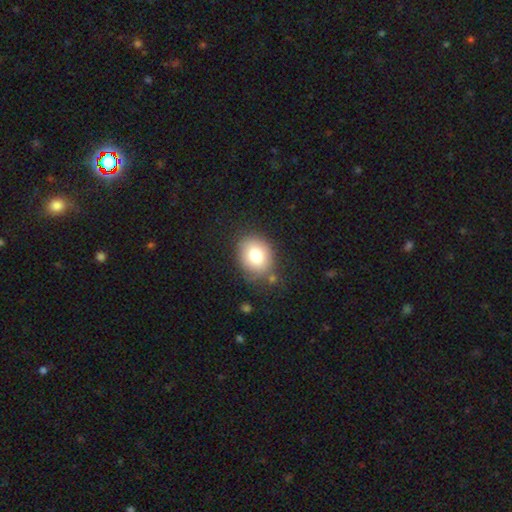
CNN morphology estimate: Smooth or featured?
  - smooth: 80% *
  - featured or disk: 11%
  - star or artifact: 9%
How rounded?
  - in between: 50% *
  - round: 49%
  - cigar-shaped: 1%
Merging?
  - none: 75% *
  - minor disturbance: 16%
  - major disturbance: 5%
  - merger: 4%